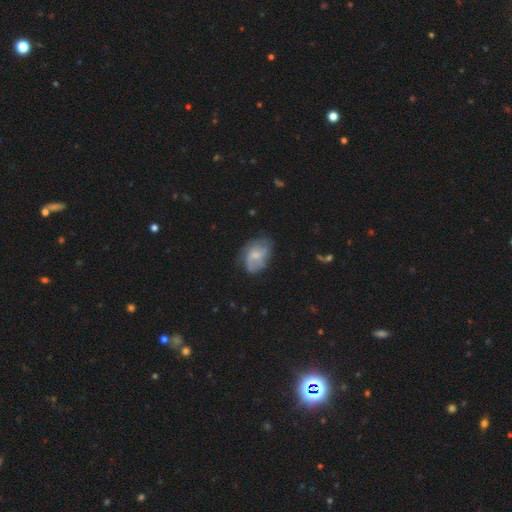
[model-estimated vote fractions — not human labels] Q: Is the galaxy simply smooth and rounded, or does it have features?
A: featured or disk — 63%.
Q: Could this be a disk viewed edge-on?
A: no — 97%.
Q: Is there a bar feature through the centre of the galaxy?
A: no — 52%.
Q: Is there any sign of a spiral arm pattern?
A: yes — 83%.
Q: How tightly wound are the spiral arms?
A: loose — 42%.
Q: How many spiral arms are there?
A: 2 — 54%.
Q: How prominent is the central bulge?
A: small — 54%.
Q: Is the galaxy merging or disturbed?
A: none — 59%.